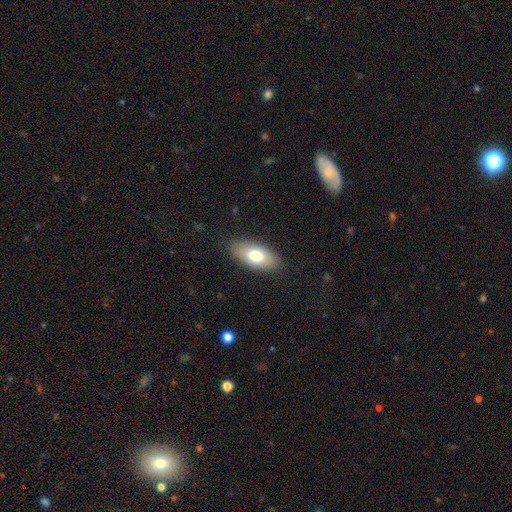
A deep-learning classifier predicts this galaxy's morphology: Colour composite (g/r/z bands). It shows a smooth galaxy with no disk features (74%) that is in between round and cigar-shaped (90%). Merging: none (86%).